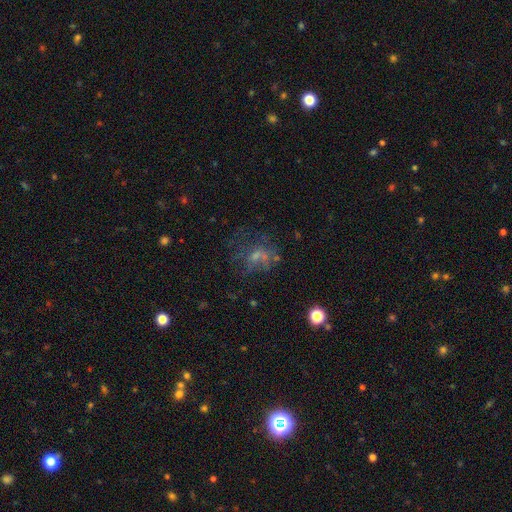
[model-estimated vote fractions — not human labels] featured or disk 41%, smooth 32%, star or artifact 27%. Down the decision tree: merging — none (46%).